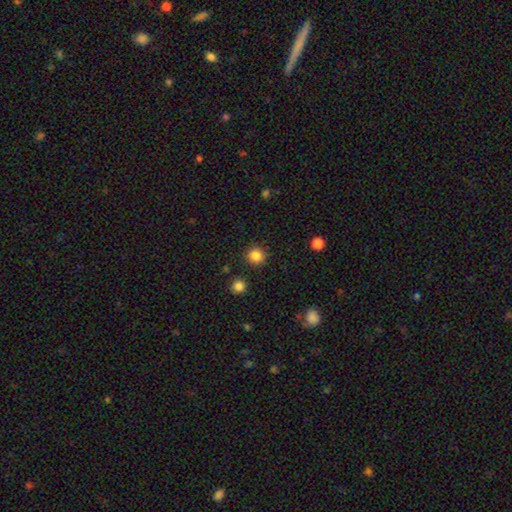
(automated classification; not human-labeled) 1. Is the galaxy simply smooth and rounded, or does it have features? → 85% smooth, 11% star or artifact, 3% featured or disk.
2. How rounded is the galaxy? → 92% round, 8% in between, 1% cigar-shaped.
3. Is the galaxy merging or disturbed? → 89% none, 7% minor disturbance, 2% major disturbance, 2% merger.